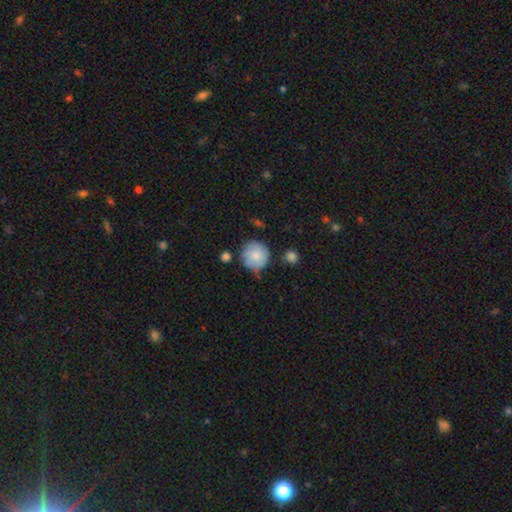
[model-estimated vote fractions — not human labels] smooth 80%, featured or disk 13%, star or artifact 7%. Down the decision tree: how rounded — round (92%); merging — none (67%).